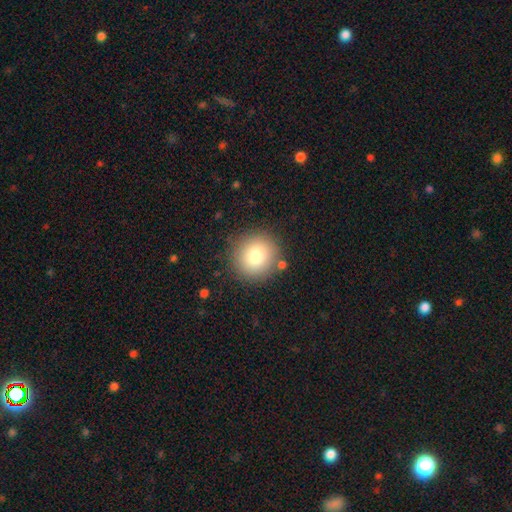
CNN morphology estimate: smooth-or-featured: smooth: 80% | star or artifact: 11% | featured or disk: 9%
  how-rounded: round: 92% | in between: 7% | cigar-shaped: 1%
  merging: none: 86% | minor disturbance: 8% | merger: 3% | major disturbance: 3%